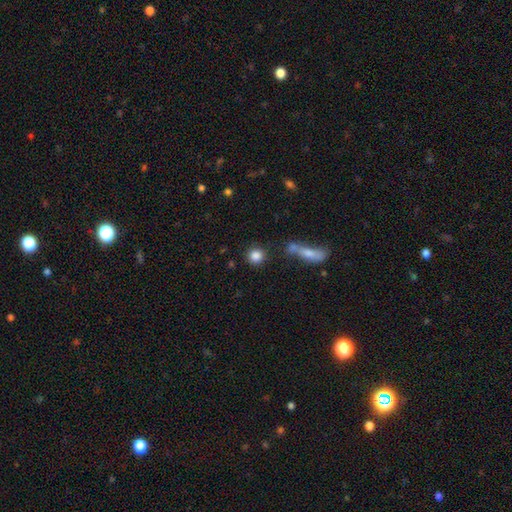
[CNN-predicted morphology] Smooth or featured?
  - smooth: 85% *
  - star or artifact: 9%
  - featured or disk: 5%
How rounded?
  - round: 89% *
  - in between: 9%
  - cigar-shaped: 2%
Merging?
  - none: 79% *
  - merger: 9%
  - minor disturbance: 8%
  - major disturbance: 4%